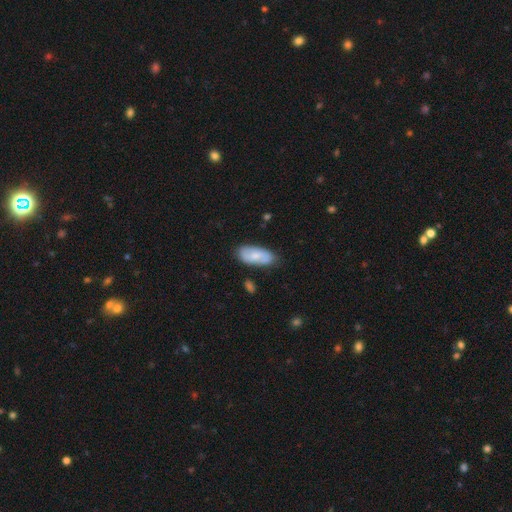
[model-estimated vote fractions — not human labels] smooth-or-featured: smooth: 61% | featured or disk: 33% | star or artifact: 6%
  how-rounded: in between: 89% | cigar-shaped: 8% | round: 3%
  merging: none: 75% | minor disturbance: 18% | major disturbance: 3% | merger: 3%